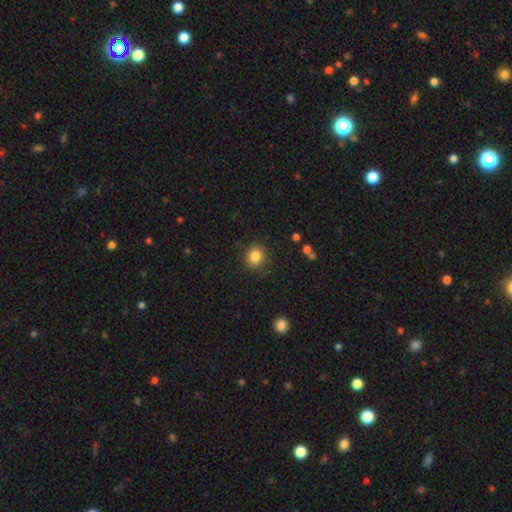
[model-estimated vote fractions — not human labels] Smooth or featured? smooth (84%)
How rounded? round (83%)
Merging? none (85%)